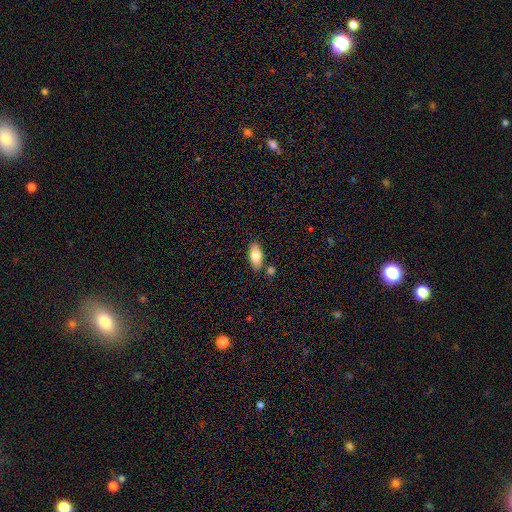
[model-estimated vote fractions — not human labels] A smooth galaxy with no disk features (77%) that is in between round and cigar-shaped (88%).

Vote fractions:
- Smooth or featured? smooth: 77% / featured or disk: 17% / star or artifact: 7%
- How rounded? in between: 88% / cigar-shaped: 9% / round: 3%
- Merging? none: 80% / minor disturbance: 11% / merger: 6% / major disturbance: 2%